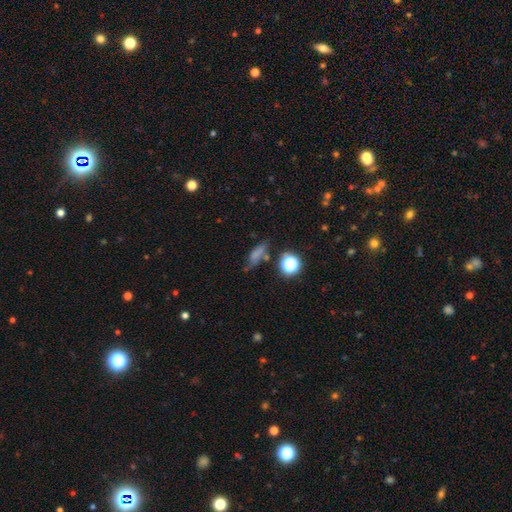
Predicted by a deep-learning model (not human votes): Smooth or featured? Predicted: smooth (p=0.56). How rounded? Predicted: in between (p=0.42). Merging? Predicted: none (p=0.61).